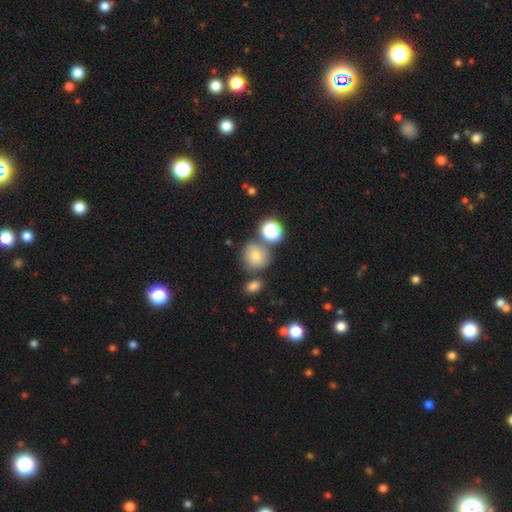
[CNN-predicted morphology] Smooth or featured: smooth — 66% (star or artifact — 19%)
How rounded: round — 81% (in between — 18%)
Merging: none — 68% (merger — 14%)